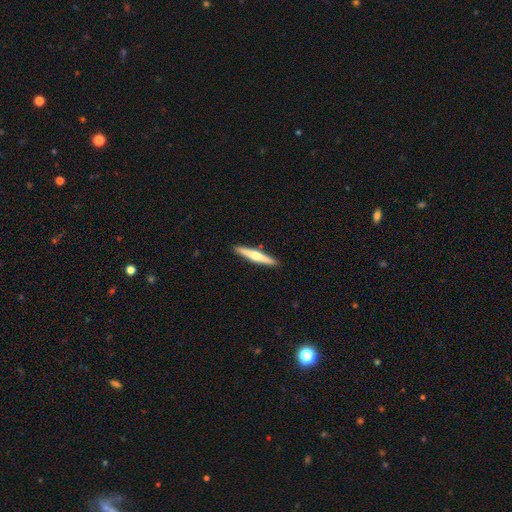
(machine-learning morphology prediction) Smooth or featured: featured or disk — 57% (smooth — 38%)
Edge-on disk: yes — 97% (no — 3%)
Edge-on bulge: rounded — 85% (none — 9%)
Merging: none — 92% (minor disturbance — 6%)